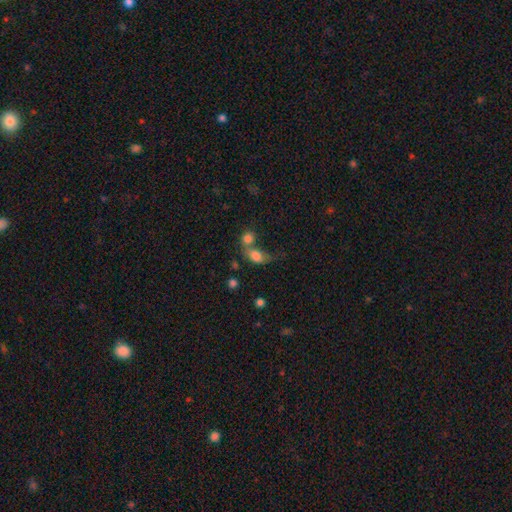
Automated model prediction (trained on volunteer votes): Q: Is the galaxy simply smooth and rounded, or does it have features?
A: smooth — 78%.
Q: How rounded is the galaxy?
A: in between — 76%.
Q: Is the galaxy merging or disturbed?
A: merger — 54%.